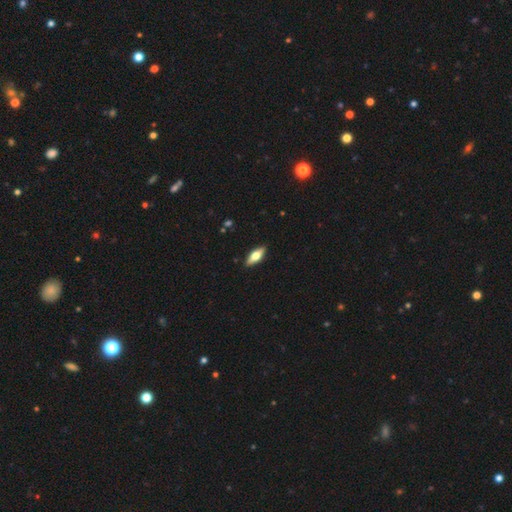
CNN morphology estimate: A smooth galaxy with no disk features (54%) that is in between round and cigar-shaped (65%). Merging: none (90%).